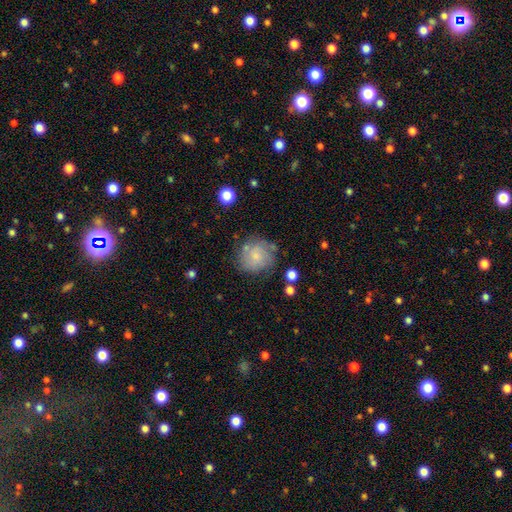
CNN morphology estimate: A smooth galaxy with no disk features (49%).

Vote fractions:
- Smooth or featured? smooth: 49% / featured or disk: 43% / star or artifact: 9%
- Merging? none: 67% / minor disturbance: 20% / major disturbance: 9% / merger: 4%